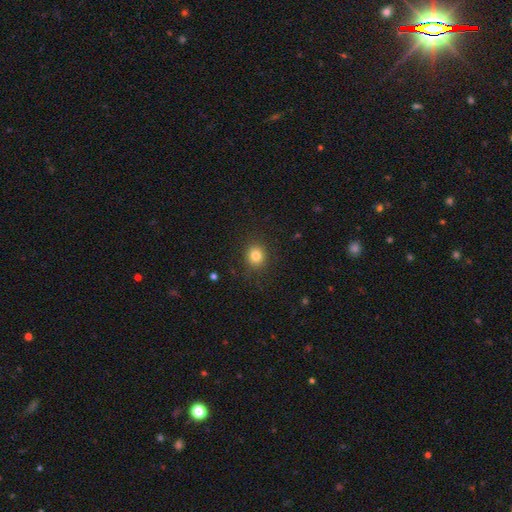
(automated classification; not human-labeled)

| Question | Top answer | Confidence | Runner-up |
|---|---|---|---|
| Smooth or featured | smooth | 82% | star or artifact (12%) |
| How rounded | round | 81% | in between (18%) |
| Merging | none | 88% | minor disturbance (8%) |